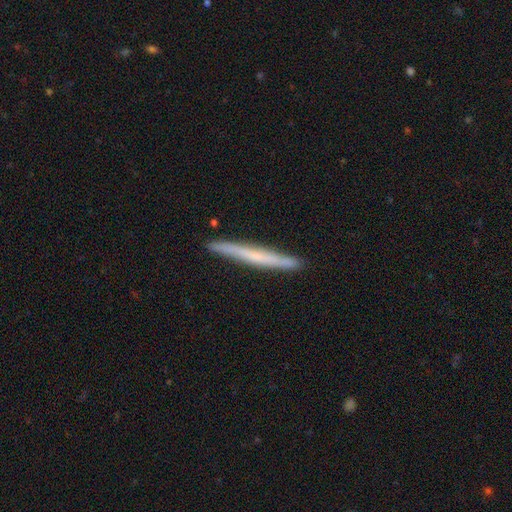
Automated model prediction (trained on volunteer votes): Smooth or featured?
  - featured or disk: 48% *
  - smooth: 46%
  - star or artifact: 6%
Merging?
  - none: 90% *
  - minor disturbance: 8%
  - major disturbance: 1%
  - merger: 1%